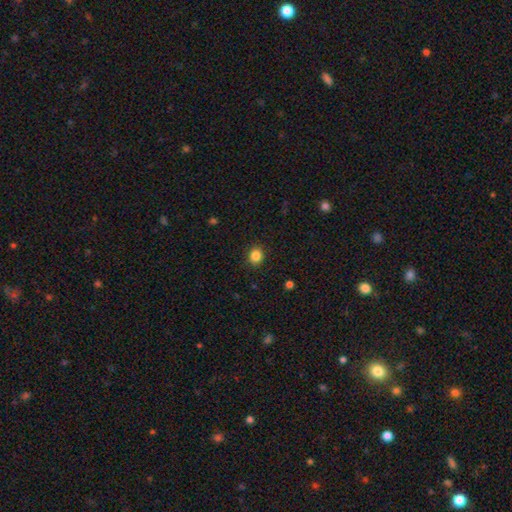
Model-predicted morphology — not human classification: Smooth or featured? Predicted: smooth (p=0.85). How rounded? Predicted: round (p=0.77). Merging? Predicted: none (p=0.90).